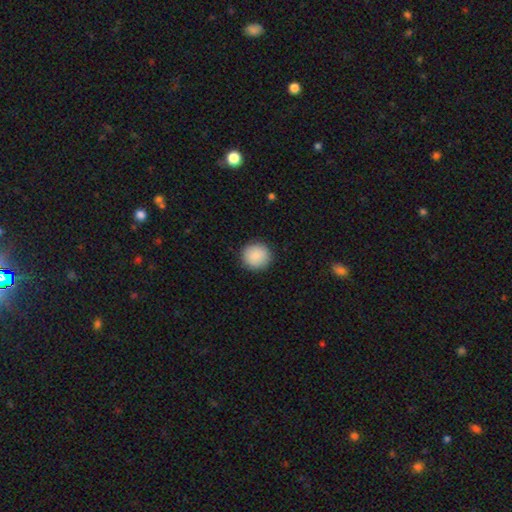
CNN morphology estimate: Smooth or featured?
  - smooth: 89% *
  - star or artifact: 7%
  - featured or disk: 4%
How rounded?
  - round: 93% *
  - in between: 6%
  - cigar-shaped: 1%
Merging?
  - none: 91% *
  - minor disturbance: 6%
  - major disturbance: 2%
  - merger: 1%